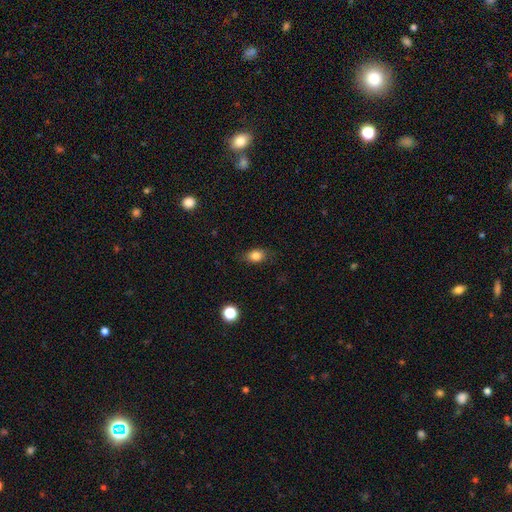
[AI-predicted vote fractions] The model was most divided on "how rounded": in between: 71%, round: 26%, cigar-shaped: 3%. More confident: smooth or featured — smooth (82%); merging — none (79%).